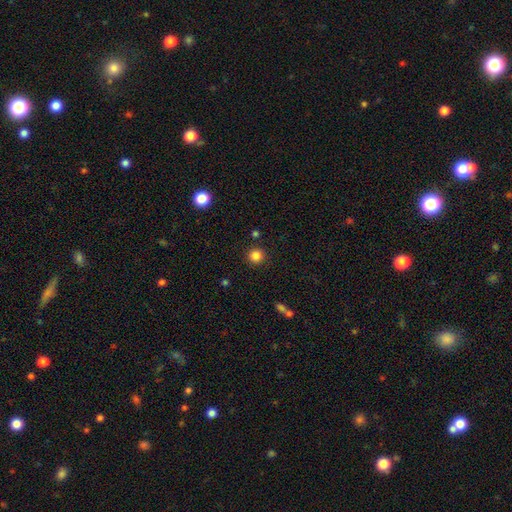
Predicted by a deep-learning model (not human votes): Smooth or featured? Predicted: smooth (p=0.85). How rounded? Predicted: round (p=0.94). Merging? Predicted: none (p=0.90).